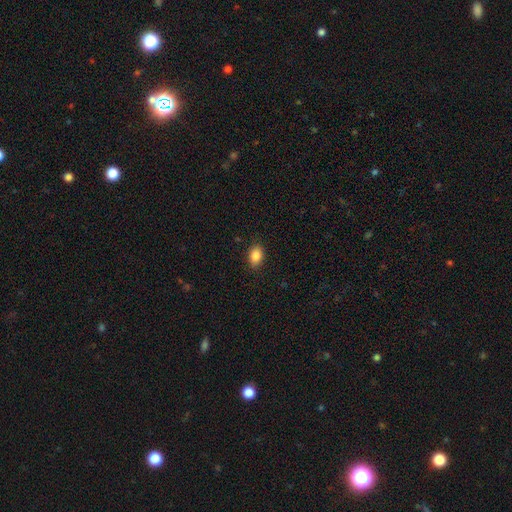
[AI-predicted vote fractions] smooth-or-featured: smooth: 87% | star or artifact: 8% | featured or disk: 4%
  how-rounded: in between: 84% | round: 14% | cigar-shaped: 2%
  merging: none: 87% | minor disturbance: 9% | major disturbance: 2% | merger: 1%